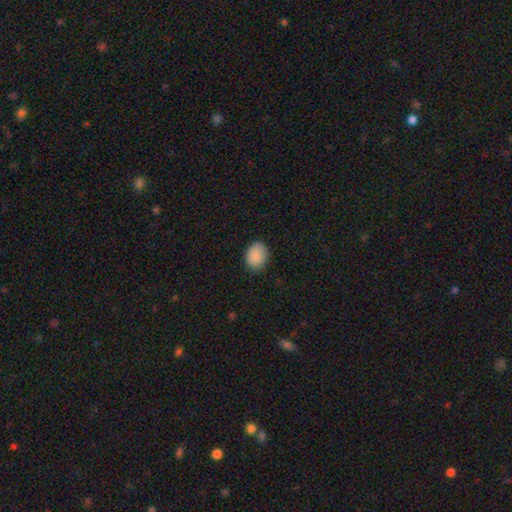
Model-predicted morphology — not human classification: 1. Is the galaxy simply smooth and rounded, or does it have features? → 88% smooth, 8% star or artifact, 4% featured or disk.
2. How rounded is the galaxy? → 57% in between, 42% round, 1% cigar-shaped.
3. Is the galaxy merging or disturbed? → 83% none, 14% minor disturbance, 3% major disturbance, 1% merger.